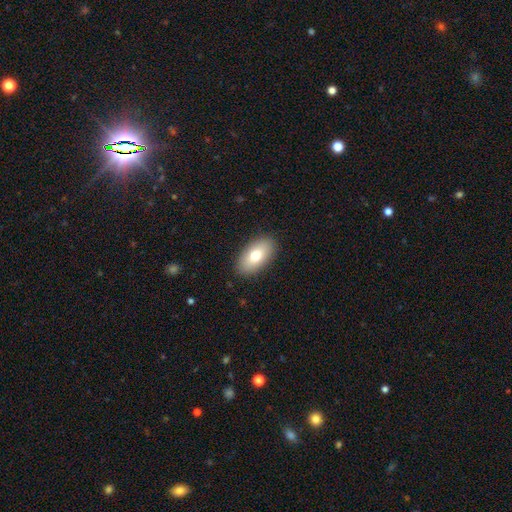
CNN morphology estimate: The model was most divided on "smooth or featured": smooth: 76%, featured or disk: 17%, star or artifact: 7%. More confident: how rounded — in between (93%); merging — none (89%).